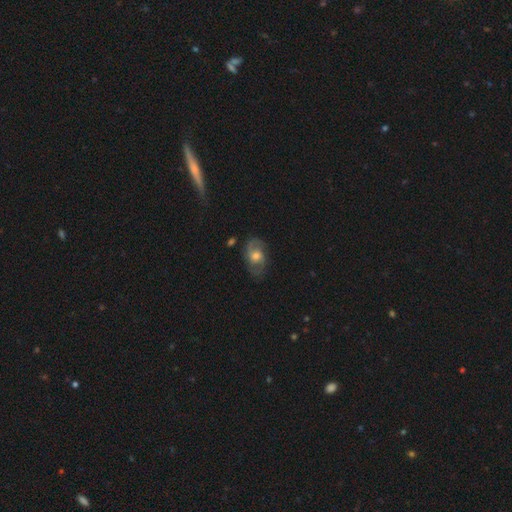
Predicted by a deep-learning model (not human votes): smooth_or_featured: featured or disk (p=0.70) [alt: smooth p=0.23]
disk_edge_on: no (p=0.96) [alt: yes p=0.04]
bar: no (p=0.59) [alt: weak p=0.35]
has_spiral_arms: yes (p=0.89) [alt: no p=0.11]
spiral_winding: medium (p=0.50) [alt: loose p=0.28]
spiral_arm_count: 2 (p=0.81) [alt: can't tell p=0.10]
bulge_size: moderate (p=0.64) [alt: small p=0.21]
merging: none (p=0.74) [alt: minor disturbance p=0.18]